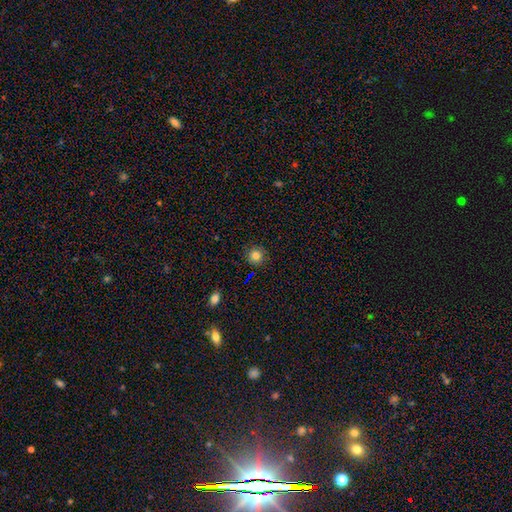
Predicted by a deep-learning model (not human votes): smooth_or_featured: smooth (p=0.81) [alt: star or artifact p=0.13]
how_rounded: round (p=0.93) [alt: in between p=0.06]
merging: none (p=0.90) [alt: minor disturbance p=0.07]